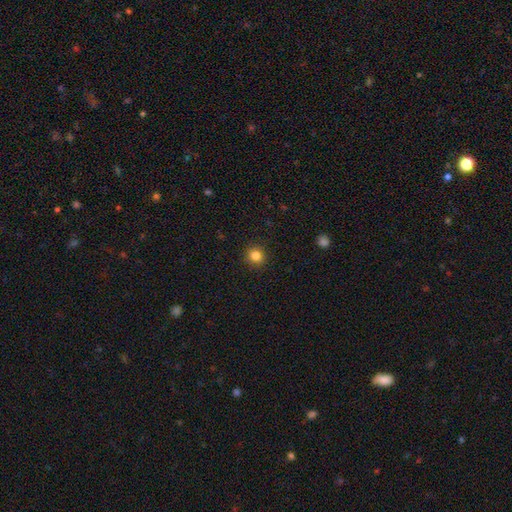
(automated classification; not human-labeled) This appears to be a smooth galaxy with no disk features (84%) that is round (90%). Merging: none (91%).